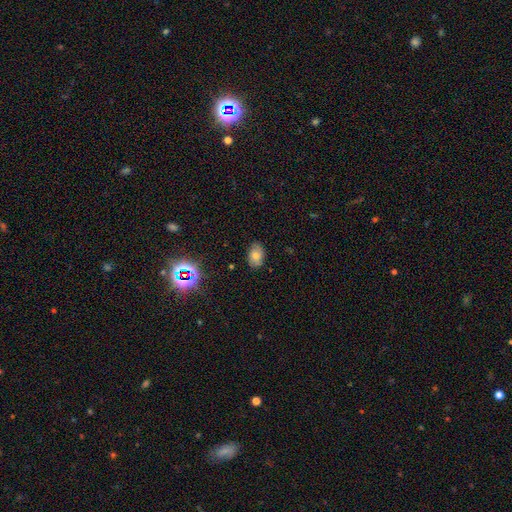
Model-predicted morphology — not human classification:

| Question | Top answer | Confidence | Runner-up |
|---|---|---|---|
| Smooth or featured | smooth | 73% | star or artifact (14%) |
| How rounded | in between | 86% | round (13%) |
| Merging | none | 81% | minor disturbance (15%) |